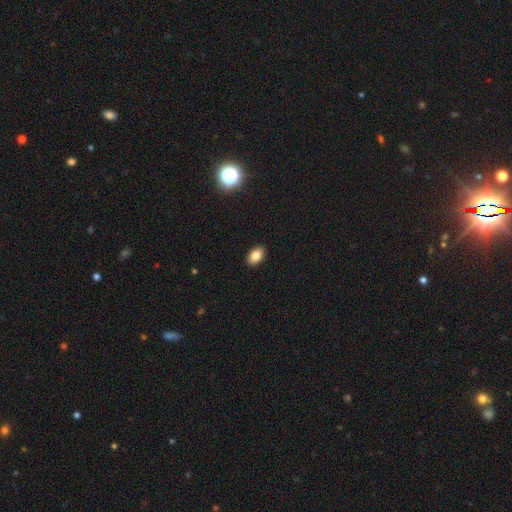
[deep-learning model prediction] Q: Smooth or featured?
A: smooth (85%); runner-up: star or artifact (8%)
Q: How rounded?
A: in between (91%); runner-up: round (7%)
Q: Merging?
A: none (90%); runner-up: minor disturbance (7%)